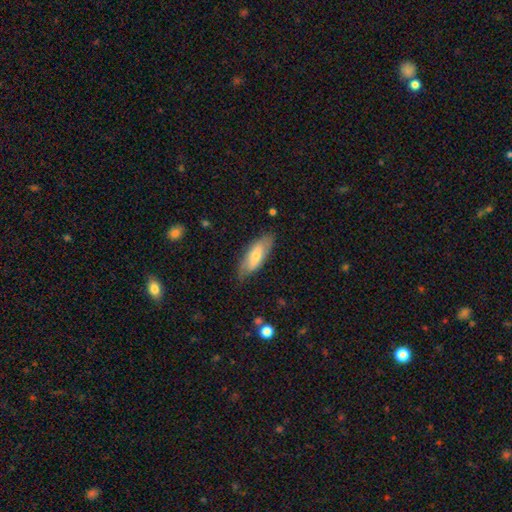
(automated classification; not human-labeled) The model was most divided on "smooth or featured": smooth: 57%, featured or disk: 37%, star or artifact: 6%. More confident: merging — none (76%); how rounded — in between (71%).